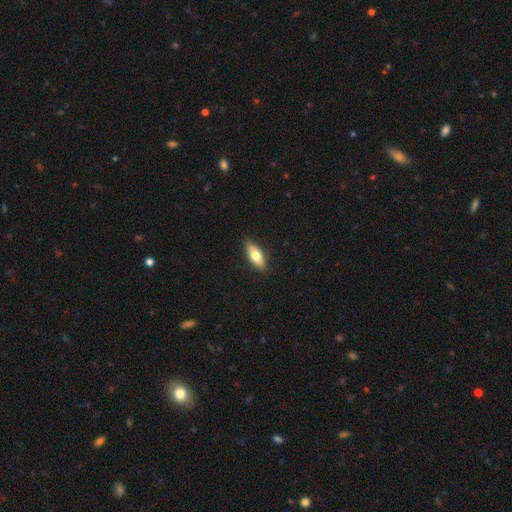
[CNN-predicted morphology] A smooth galaxy with no disk features (69%) that is in between round and cigar-shaped (73%).

Vote fractions:
- Smooth or featured? smooth: 69% / featured or disk: 25% / star or artifact: 6%
- How rounded? in between: 73% / cigar-shaped: 24% / round: 3%
- Merging? none: 88% / minor disturbance: 9% / major disturbance: 2% / merger: 1%